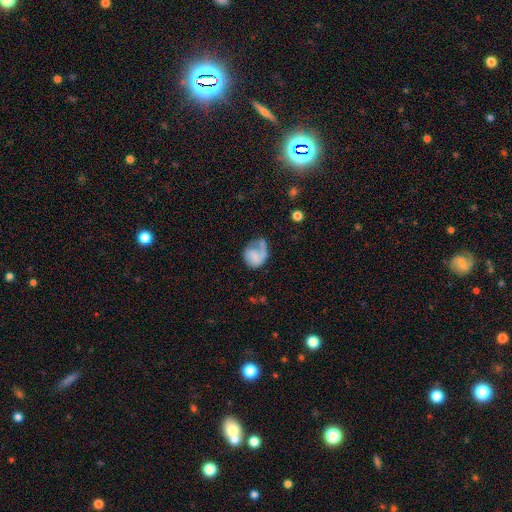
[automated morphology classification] type=smooth (50%); roundness=round (53%); merging=major disturbance (38%).